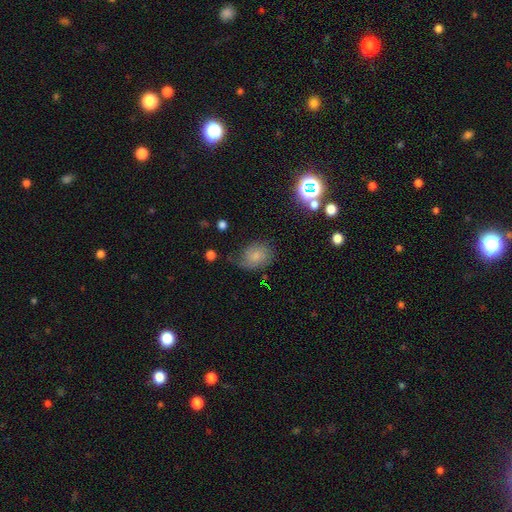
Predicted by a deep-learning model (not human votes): Smooth or featured? smooth (69%)
How rounded? in between (57%)
Merging? none (55%)